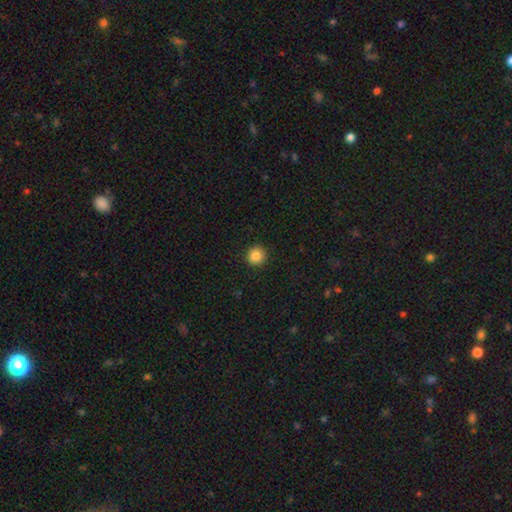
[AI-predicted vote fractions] Q: Smooth or featured?
A: smooth (85%); runner-up: star or artifact (10%)
Q: How rounded?
A: round (95%); runner-up: in between (4%)
Q: Merging?
A: none (92%); runner-up: minor disturbance (5%)